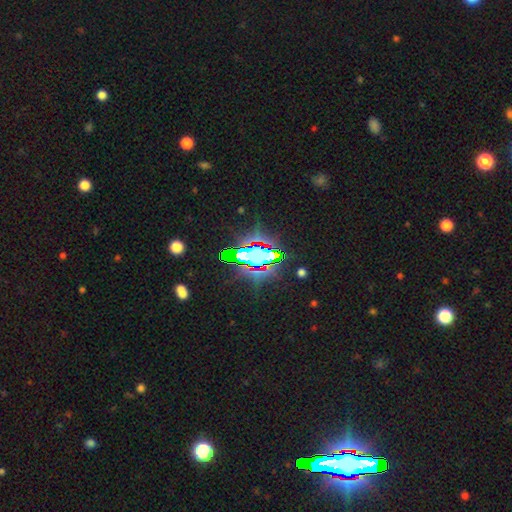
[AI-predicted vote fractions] This appears to be a star or artifact, not a galaxy (66%).